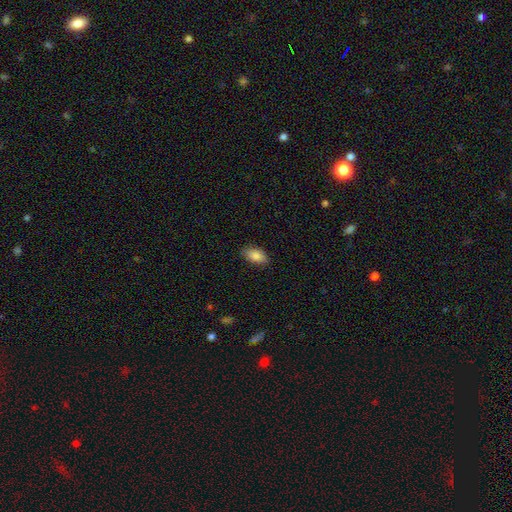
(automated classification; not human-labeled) Smooth or featured?
  - smooth: 85% *
  - featured or disk: 8%
  - star or artifact: 7%
How rounded?
  - in between: 93% *
  - round: 4%
  - cigar-shaped: 4%
Merging?
  - none: 85% *
  - minor disturbance: 11%
  - major disturbance: 2%
  - merger: 1%